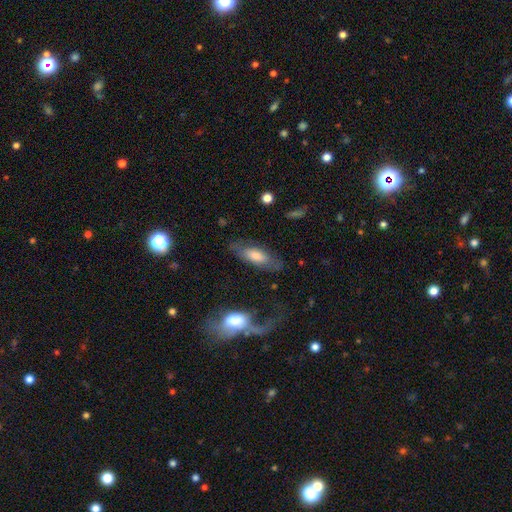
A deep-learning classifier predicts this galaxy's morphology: Smooth or featured?
  - smooth: 58% *
  - featured or disk: 35%
  - star or artifact: 7%
How rounded?
  - in between: 68% *
  - cigar-shaped: 29%
  - round: 2%
Merging?
  - none: 70% *
  - minor disturbance: 17%
  - major disturbance: 9%
  - merger: 4%